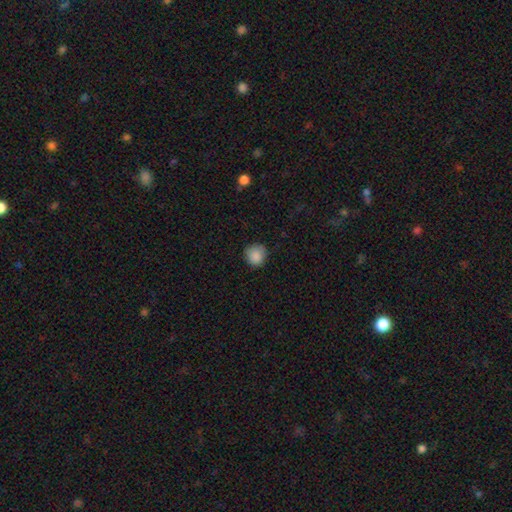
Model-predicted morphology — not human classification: The model was most divided on "merging": none: 77%, minor disturbance: 19%, major disturbance: 3%, merger: 1%. More confident: how rounded — round (89%); smooth or featured — smooth (87%).